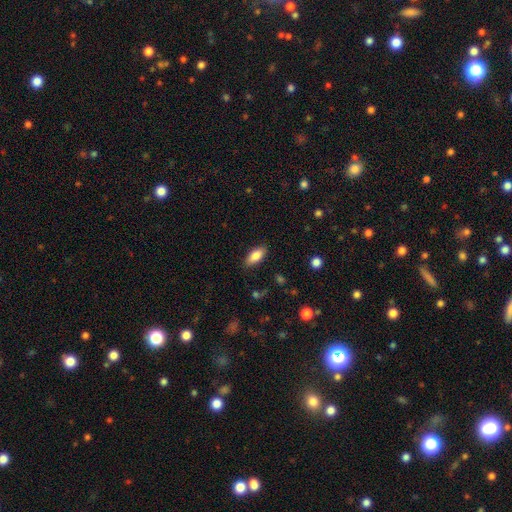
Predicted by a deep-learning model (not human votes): smooth 85%, featured or disk 8%, star or artifact 7%. Down the decision tree: how rounded — in between (86%); merging — none (86%).